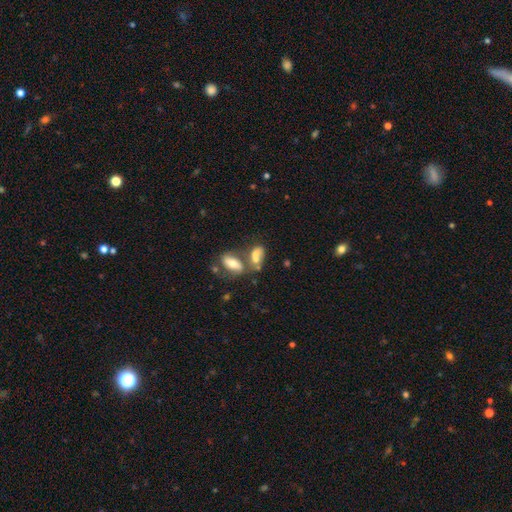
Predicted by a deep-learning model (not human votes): This appears to be a smooth galaxy with no disk features (70%) that is in between round and cigar-shaped (84%). Merging: merger (50%).